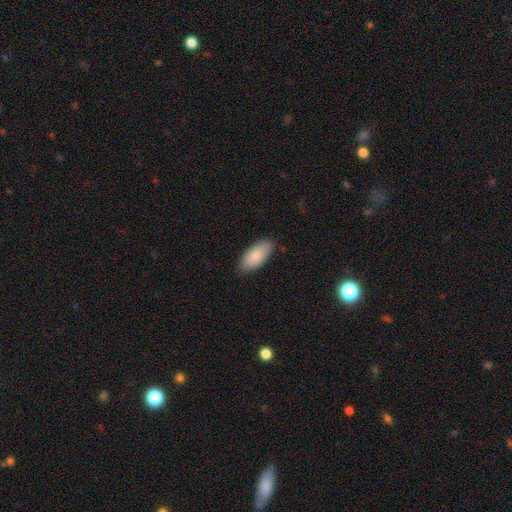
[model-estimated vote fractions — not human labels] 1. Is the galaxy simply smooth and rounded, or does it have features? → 85% smooth, 10% featured or disk, 6% star or artifact.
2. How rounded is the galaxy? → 91% in between, 7% cigar-shaped, 2% round.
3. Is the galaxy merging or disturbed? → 84% none, 12% minor disturbance, 2% major disturbance, 1% merger.